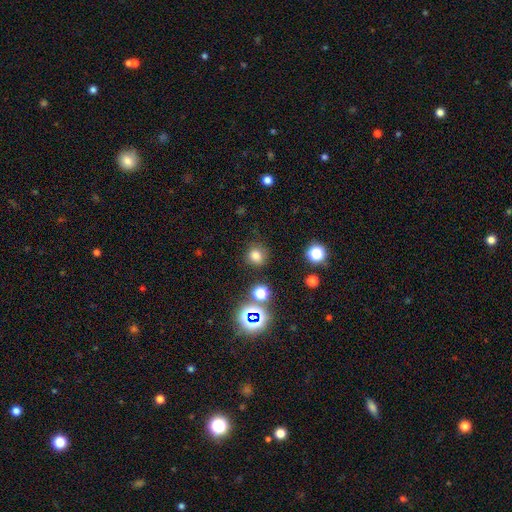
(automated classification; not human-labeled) Smooth or featured?
  - smooth: 75% *
  - star or artifact: 19%
  - featured or disk: 6%
How rounded?
  - round: 88% *
  - in between: 11%
  - cigar-shaped: 1%
Merging?
  - none: 84% *
  - minor disturbance: 9%
  - merger: 4%
  - major disturbance: 3%